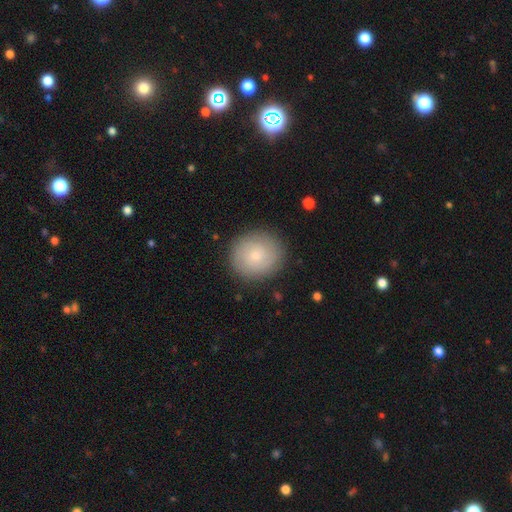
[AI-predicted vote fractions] A smooth galaxy with no disk features (64%) that is round (88%). Merging: none (88%).